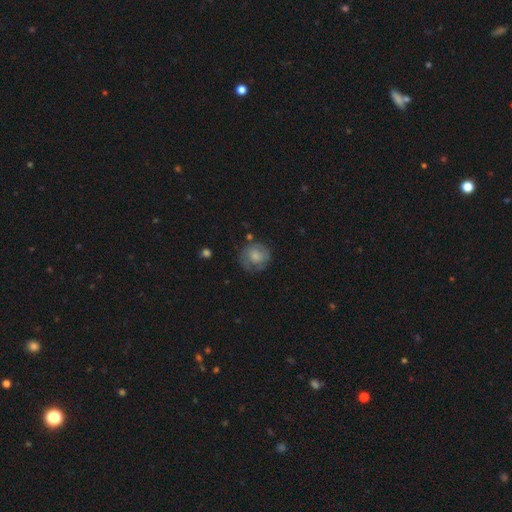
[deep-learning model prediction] This appears to be a smooth galaxy with no disk features (58%) that is round (86%). Merging: none (63%).